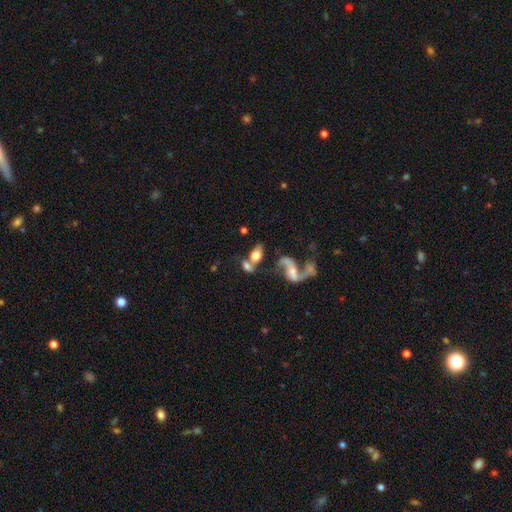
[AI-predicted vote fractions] Smooth or featured: smooth — 57% (featured or disk — 33%)
How rounded: in between — 84% (round — 11%)
Merging: merger — 47% (none — 32%)